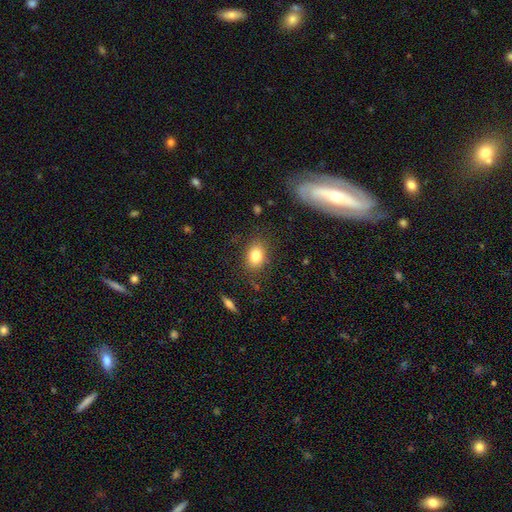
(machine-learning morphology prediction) type=smooth (82%); roundness=in between (70%); merging=none (82%).